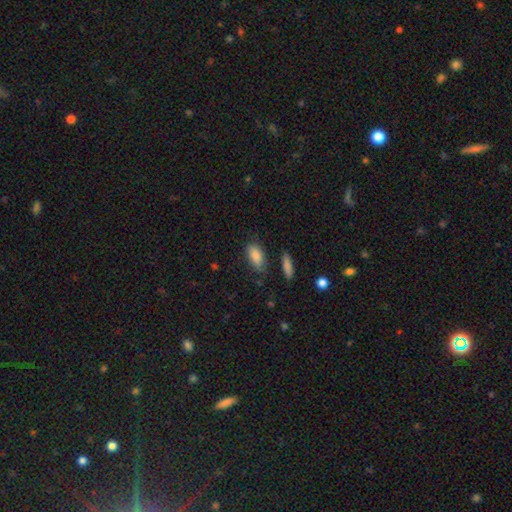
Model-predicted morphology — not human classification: A smooth galaxy with no disk features (86%) that is in between round and cigar-shaped (87%). Merging: none (75%).